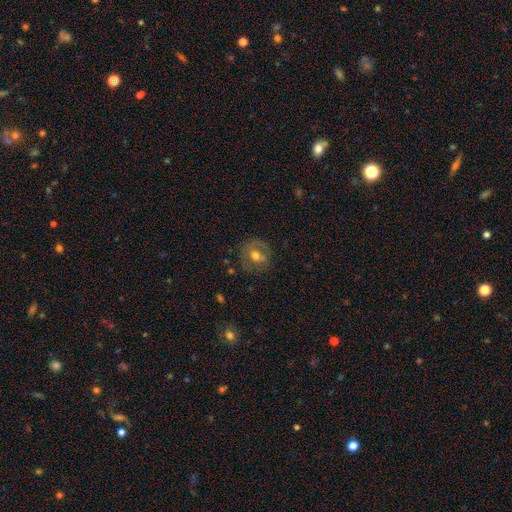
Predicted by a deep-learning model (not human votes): smooth 50%, featured or disk 40%, star or artifact 10%. Down the decision tree: merging — none (70%).